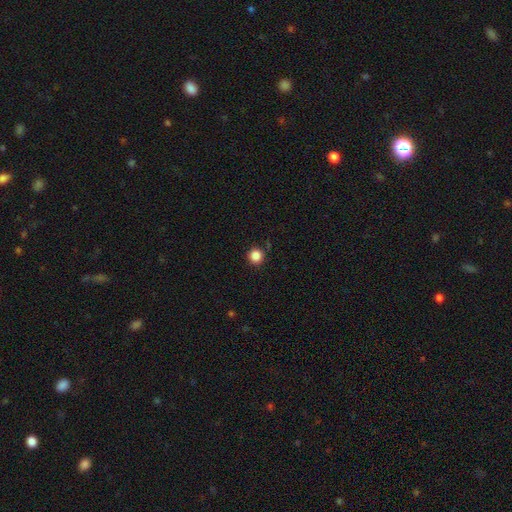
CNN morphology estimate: A smooth galaxy with no disk features (85%) that is round (94%). Merging: none (89%).